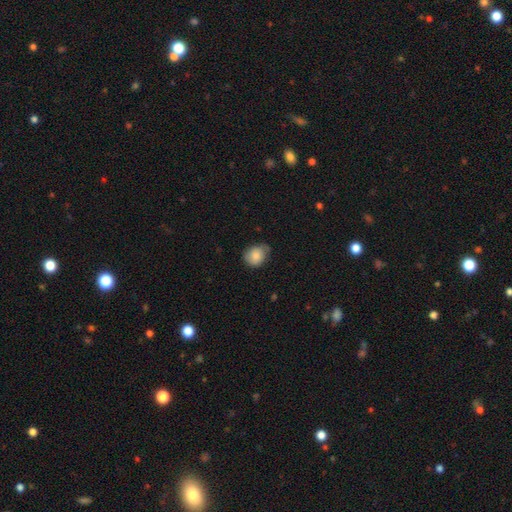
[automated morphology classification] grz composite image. It shows a smooth galaxy with no disk features (81%) that is round (58%). Merging: none (59%).